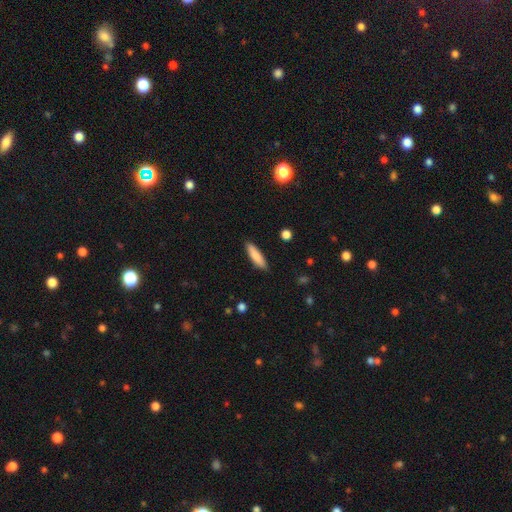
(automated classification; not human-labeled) This appears to be a smooth galaxy with no disk features (85%) that is cigar-shaped (71%). Merging: none (89%).